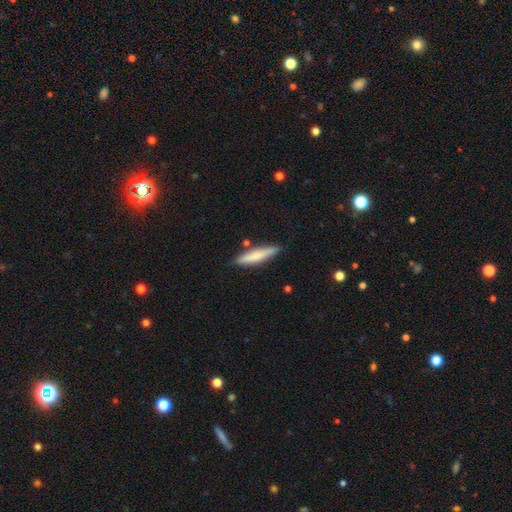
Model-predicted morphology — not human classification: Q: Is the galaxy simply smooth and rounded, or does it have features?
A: smooth — 72%.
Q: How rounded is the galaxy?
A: cigar-shaped — 86%.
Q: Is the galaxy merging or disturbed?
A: none — 81%.